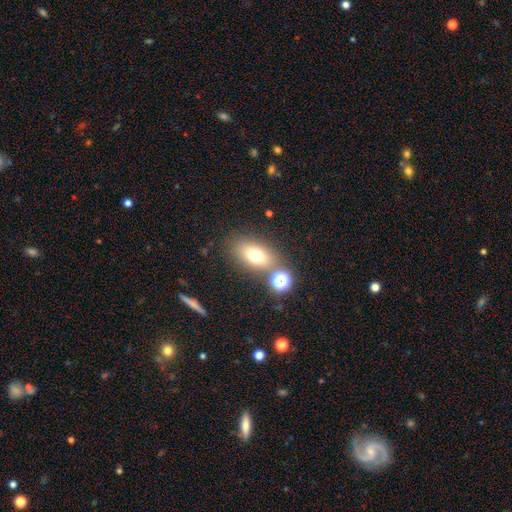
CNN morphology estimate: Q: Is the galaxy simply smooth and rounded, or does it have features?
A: smooth — 71%.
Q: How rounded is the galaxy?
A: in between — 79%.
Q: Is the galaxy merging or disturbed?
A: none — 73%.